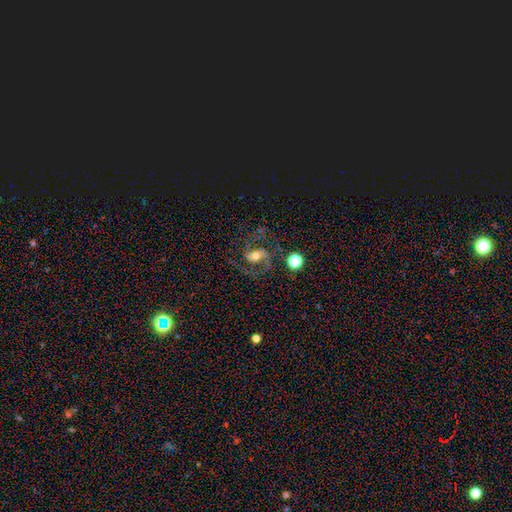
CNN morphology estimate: smooth-or-featured: featured or disk: 75% | smooth: 14% | star or artifact: 10%
  disk-edge-on: no: 97% | yes: 3%
    bar: weak: 40% | no: 38% | strong: 22%
    has-spiral-arms: yes: 92% | no: 8%
      spiral-winding: medium: 56% | loose: 29% | tight: 15%
      spiral-arm-count: 2: 88% | 1: 4% | can't tell: 4% | 3: 2% | 4: 1% | more than 4: 1%
    bulge-size: moderate: 66% | small: 21% | large: 10% | none: 2% | dominant: 2%
  merging: none: 63% | major disturbance: 17% | minor disturbance: 16% | merger: 4%